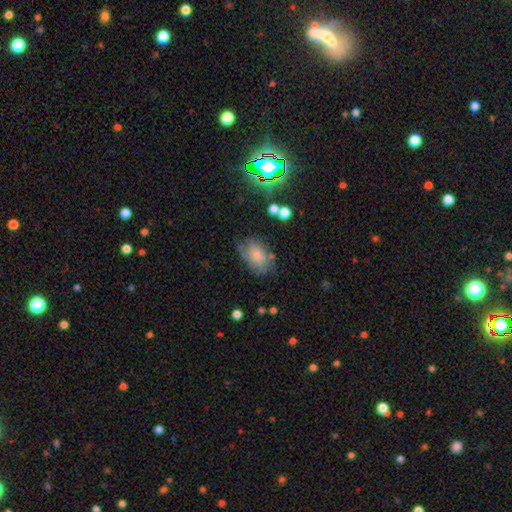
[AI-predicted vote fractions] Smooth or featured?
  - smooth: 46% *
  - featured or disk: 28%
  - star or artifact: 26%
Merging?
  - none: 70% *
  - minor disturbance: 20%
  - major disturbance: 7%
  - merger: 2%